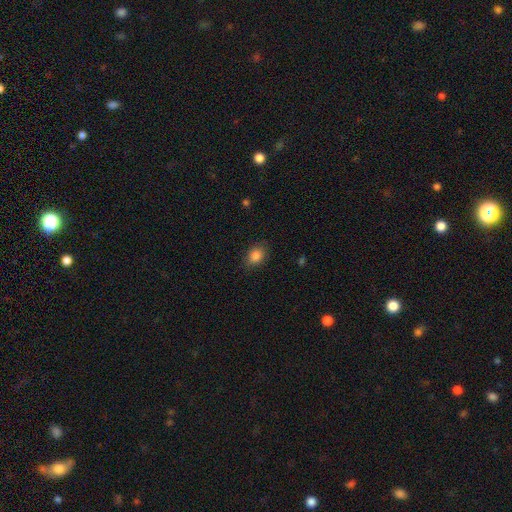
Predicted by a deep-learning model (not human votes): The model was most divided on "how rounded": in between: 64%, round: 34%, cigar-shaped: 1%. More confident: smooth or featured — smooth (85%); merging — none (83%).